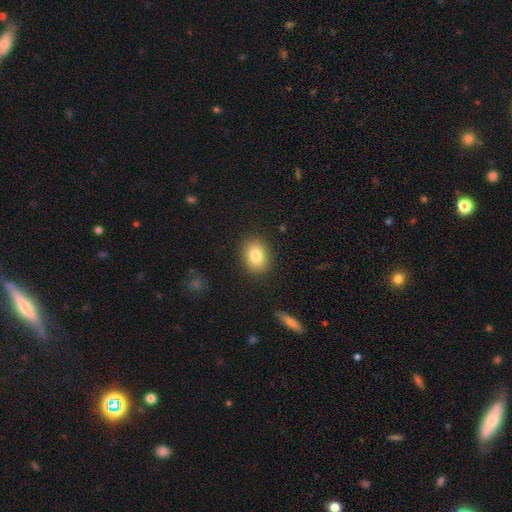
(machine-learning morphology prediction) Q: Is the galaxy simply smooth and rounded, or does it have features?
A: smooth — 83%.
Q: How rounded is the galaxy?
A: in between — 64%.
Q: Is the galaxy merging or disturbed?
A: none — 88%.